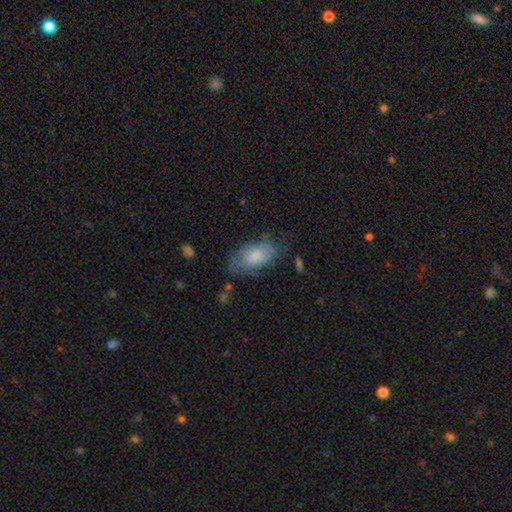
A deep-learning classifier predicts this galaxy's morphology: This is likely a smooth galaxy (73%). How rounded: clearly in between (93%). Merging: possibly none (55%).